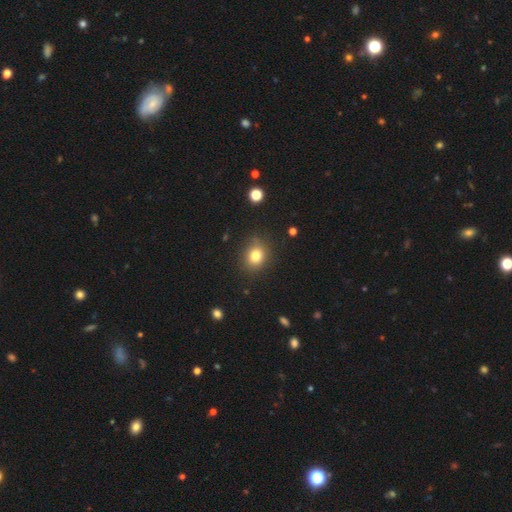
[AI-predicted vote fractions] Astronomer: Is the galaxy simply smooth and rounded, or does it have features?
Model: smooth — 80%.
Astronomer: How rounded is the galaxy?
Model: round — 65%.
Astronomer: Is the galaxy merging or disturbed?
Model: none — 81%.